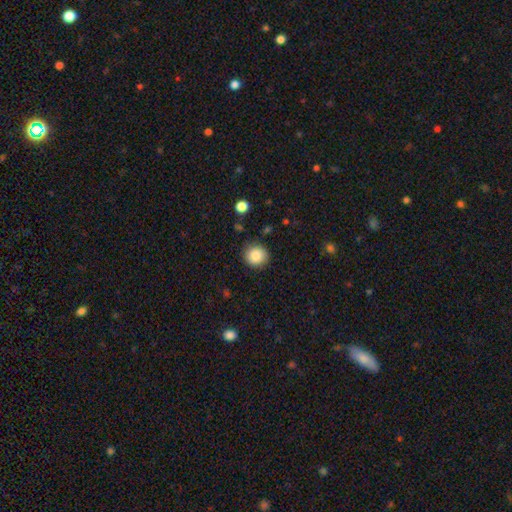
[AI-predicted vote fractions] Morphology: type=smooth (87%); roundness=round (91%); merging=none (88%).